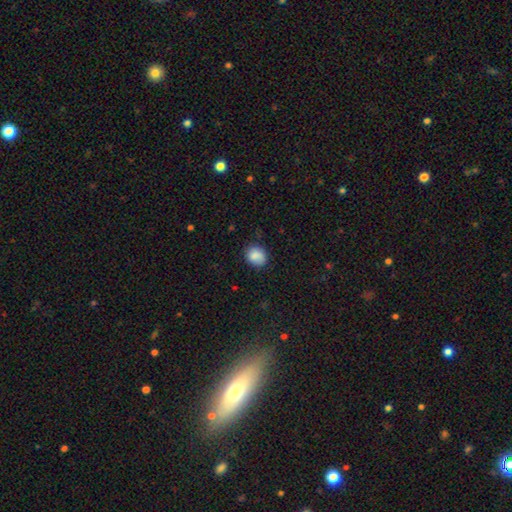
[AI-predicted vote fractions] A smooth galaxy with no disk features (85%) that is round (63%). Merging: none (77%).